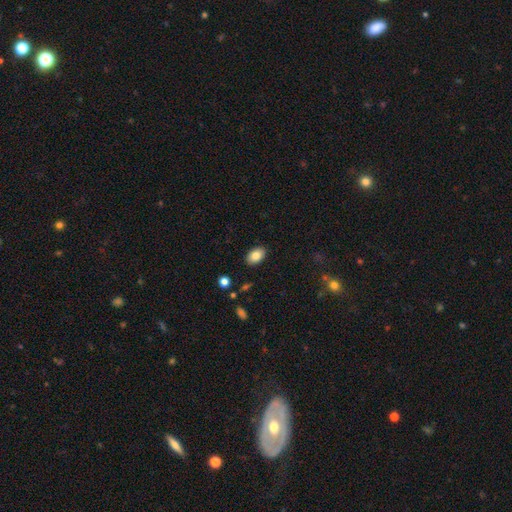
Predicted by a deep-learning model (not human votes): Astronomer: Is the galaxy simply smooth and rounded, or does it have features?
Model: smooth — 84%.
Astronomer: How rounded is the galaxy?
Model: in between — 90%.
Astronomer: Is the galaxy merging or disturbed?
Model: none — 88%.